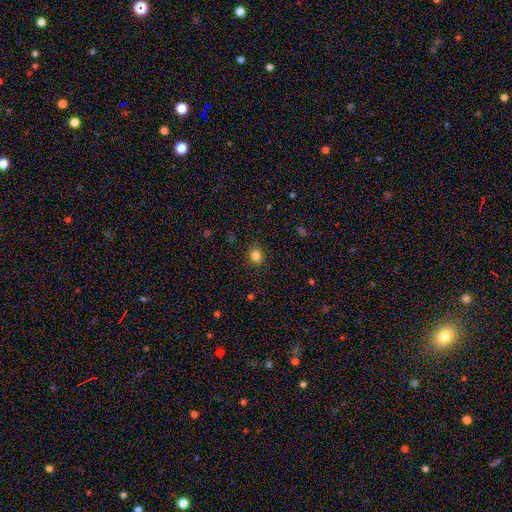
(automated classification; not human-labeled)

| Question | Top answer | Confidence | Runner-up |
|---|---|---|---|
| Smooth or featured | smooth | 83% | star or artifact (12%) |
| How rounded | round | 75% | in between (25%) |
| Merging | none | 88% | minor disturbance (8%) |